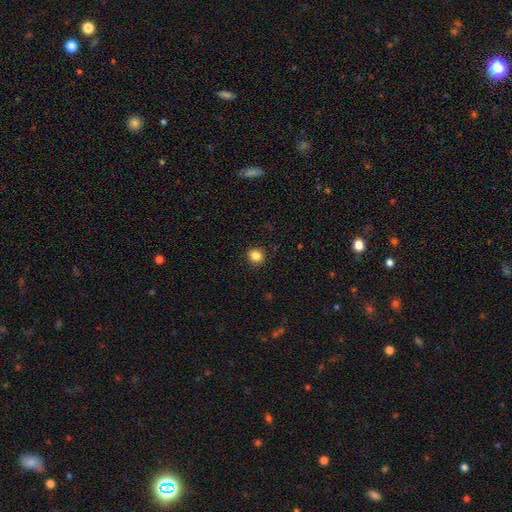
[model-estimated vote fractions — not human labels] Overall: smooth (85%). How rounded: round (87%). Merging: none (91%).